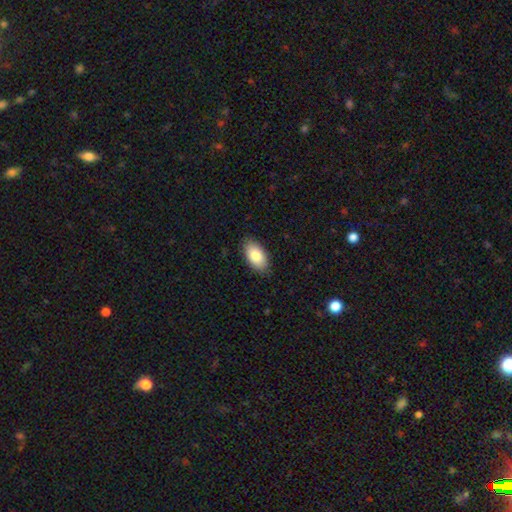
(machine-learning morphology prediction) A smooth galaxy with no disk features (83%) that is in between round and cigar-shaped (94%).

Vote fractions:
- Smooth or featured? smooth: 83% / featured or disk: 10% / star or artifact: 6%
- How rounded? in between: 94% / round: 3% / cigar-shaped: 2%
- Merging? none: 87% / minor disturbance: 10% / major disturbance: 2% / merger: 1%